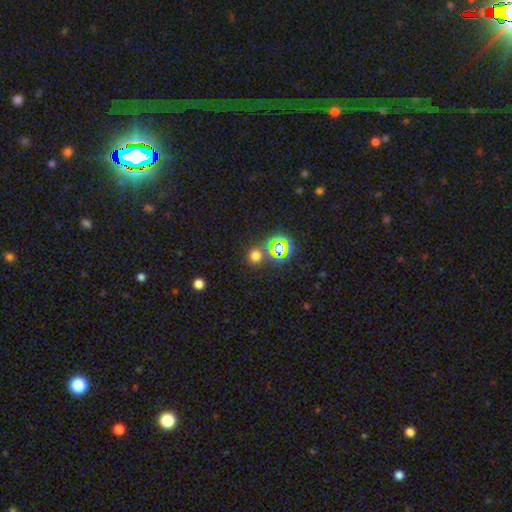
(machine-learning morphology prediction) The model was most divided on "smooth or featured": smooth: 62%, star or artifact: 31%, featured or disk: 7%. More confident: how rounded — round (84%); merging — none (71%).